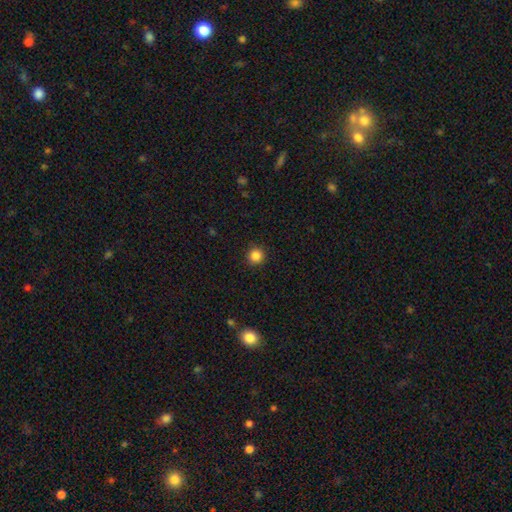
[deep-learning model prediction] Morphology: type=smooth (85%); roundness=round (95%); merging=none (92%).